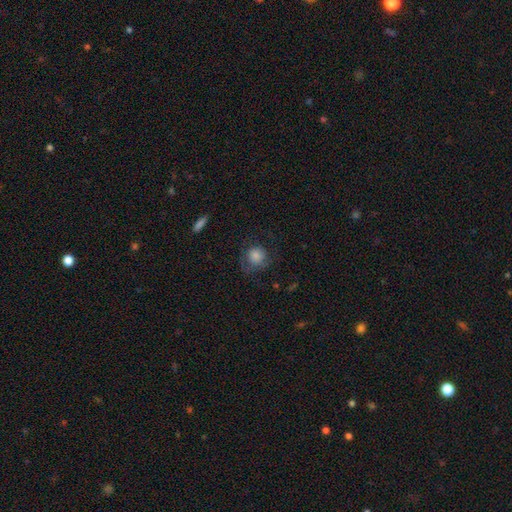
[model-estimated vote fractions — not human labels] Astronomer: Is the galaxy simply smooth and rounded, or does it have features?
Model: smooth — 67%.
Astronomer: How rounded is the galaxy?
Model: round — 85%.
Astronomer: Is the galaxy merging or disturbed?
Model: none — 60%.